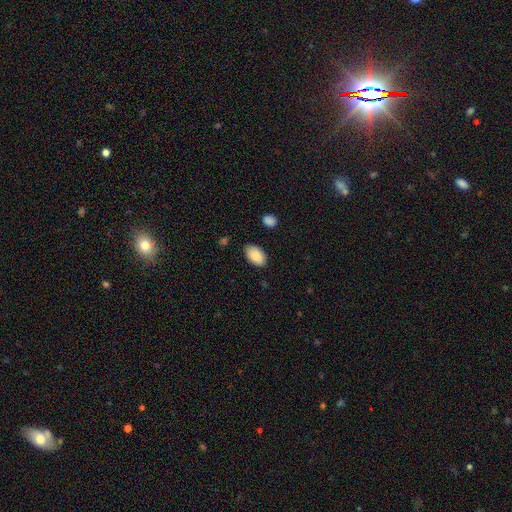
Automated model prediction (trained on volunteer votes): smooth_or_featured: smooth (p=0.89) [alt: star or artifact p=0.06]
how_rounded: in between (p=0.94) [alt: round p=0.05]
merging: none (p=0.85) [alt: minor disturbance p=0.11]